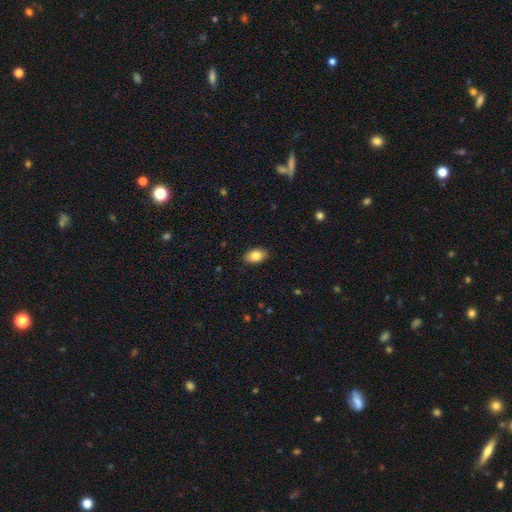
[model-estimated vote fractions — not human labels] The model was most divided on "smooth or featured": smooth: 84%, featured or disk: 9%, star or artifact: 7%. More confident: how rounded — in between (90%); merging — none (88%).